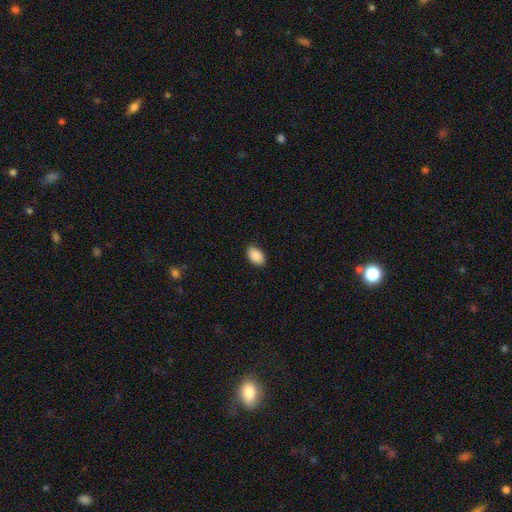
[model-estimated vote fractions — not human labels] smooth 91%, star or artifact 7%, featured or disk 2%. Down the decision tree: how rounded — in between (92%); merging — none (88%).